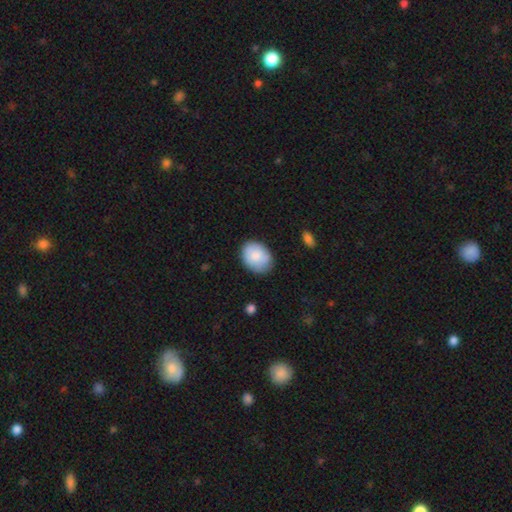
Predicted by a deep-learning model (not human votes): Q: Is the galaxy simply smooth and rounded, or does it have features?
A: smooth — 83%.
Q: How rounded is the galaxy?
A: in between — 63%.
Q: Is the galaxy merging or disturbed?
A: none — 78%.